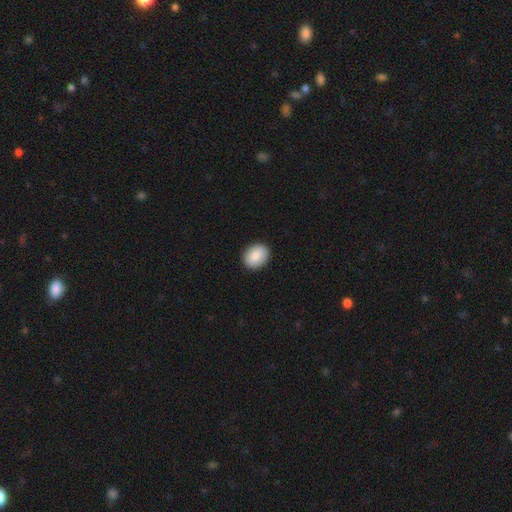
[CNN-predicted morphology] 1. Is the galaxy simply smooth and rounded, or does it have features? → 89% smooth, 7% star or artifact, 5% featured or disk.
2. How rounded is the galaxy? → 57% in between, 42% round, 1% cigar-shaped.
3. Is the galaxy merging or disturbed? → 90% none, 8% minor disturbance, 2% major disturbance, 1% merger.